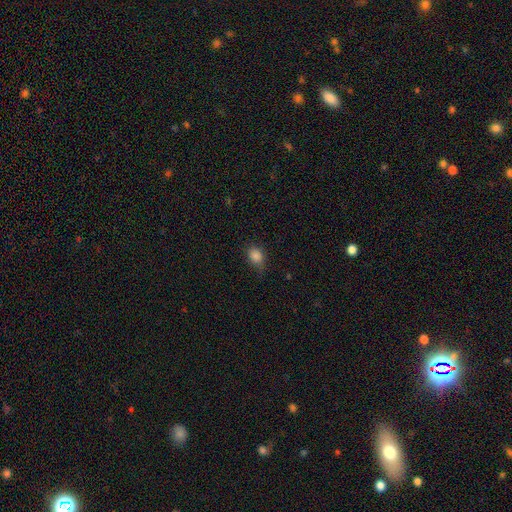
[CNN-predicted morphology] A smooth galaxy with no disk features (85%) that is in between round and cigar-shaped (52%). Merging: none (61%).